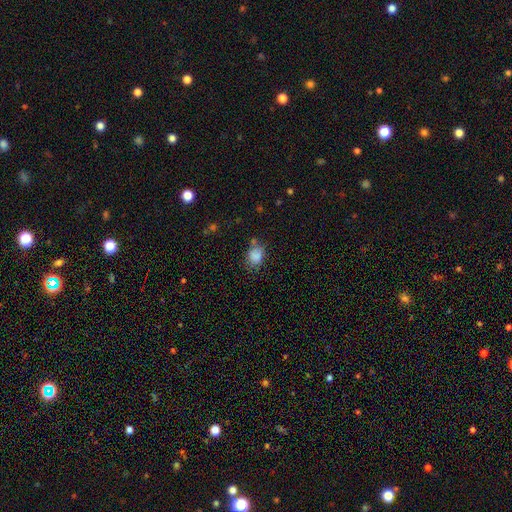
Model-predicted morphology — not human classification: smooth-or-featured: smooth: 83% | star or artifact: 10% | featured or disk: 6%
  how-rounded: in between: 51% | round: 48% | cigar-shaped: 1%
  merging: none: 60% | minor disturbance: 24% | merger: 9% | major disturbance: 8%